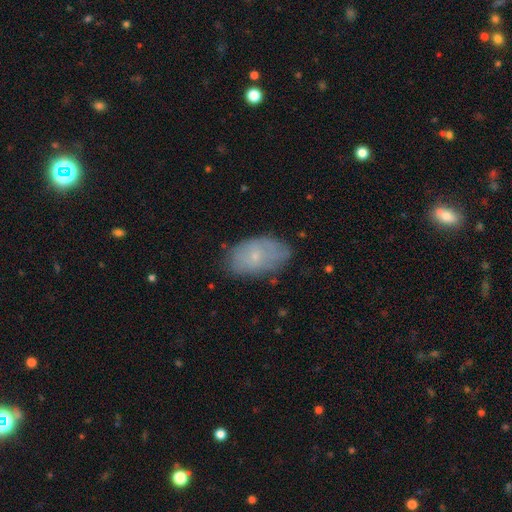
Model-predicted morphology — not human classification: Smooth or featured?
  - smooth: 60% *
  - featured or disk: 32%
  - star or artifact: 9%
How rounded?
  - in between: 92% *
  - round: 7%
  - cigar-shaped: 2%
Merging?
  - none: 72% *
  - minor disturbance: 21%
  - major disturbance: 5%
  - merger: 1%